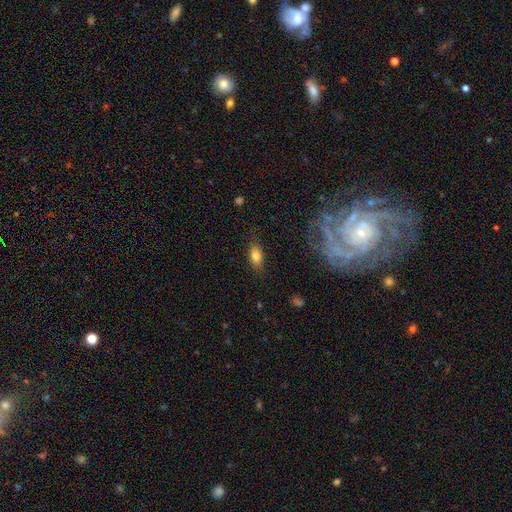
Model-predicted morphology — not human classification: type=smooth (79%); roundness=in between (84%); merging=none (81%).